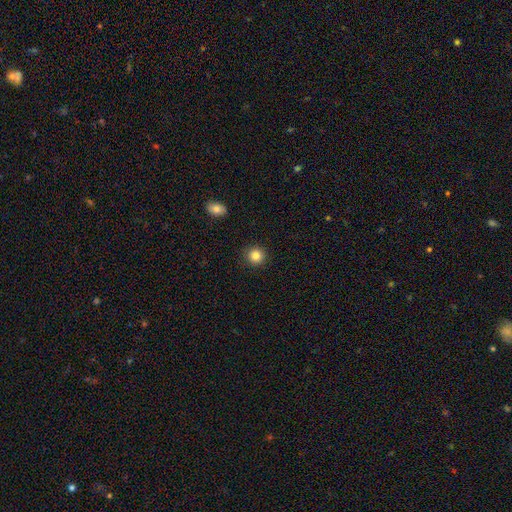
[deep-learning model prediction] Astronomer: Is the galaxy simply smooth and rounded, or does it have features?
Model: smooth — 84%.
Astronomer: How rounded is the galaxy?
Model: round — 92%.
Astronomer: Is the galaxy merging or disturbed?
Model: none — 92%.